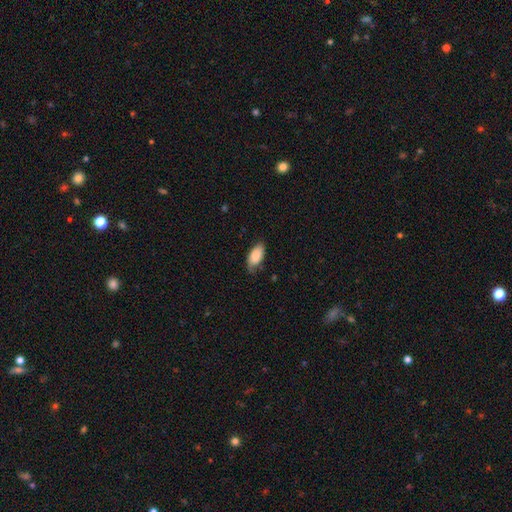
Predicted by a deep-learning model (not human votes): Morphology: type=smooth (84%); roundness=in between (93%); merging=none (65%).